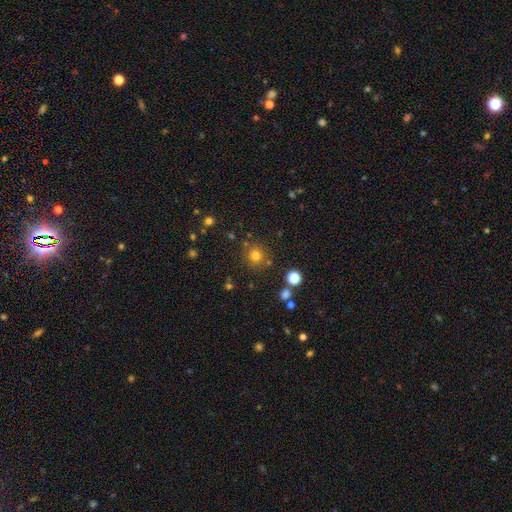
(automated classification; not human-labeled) Smooth or featured?
  - smooth: 77% *
  - star or artifact: 16%
  - featured or disk: 7%
How rounded?
  - round: 91% *
  - in between: 8%
  - cigar-shaped: 1%
Merging?
  - none: 81% *
  - minor disturbance: 9%
  - merger: 6%
  - major disturbance: 3%